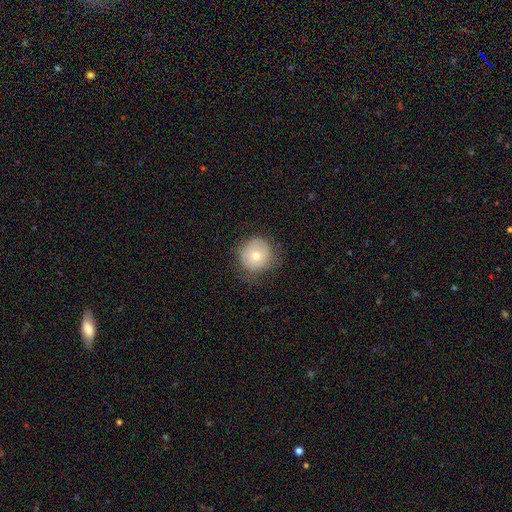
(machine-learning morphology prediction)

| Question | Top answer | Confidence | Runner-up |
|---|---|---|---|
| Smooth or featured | smooth | 67% | featured or disk (23%) |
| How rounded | round | 91% | in between (8%) |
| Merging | none | 72% | minor disturbance (20%) |